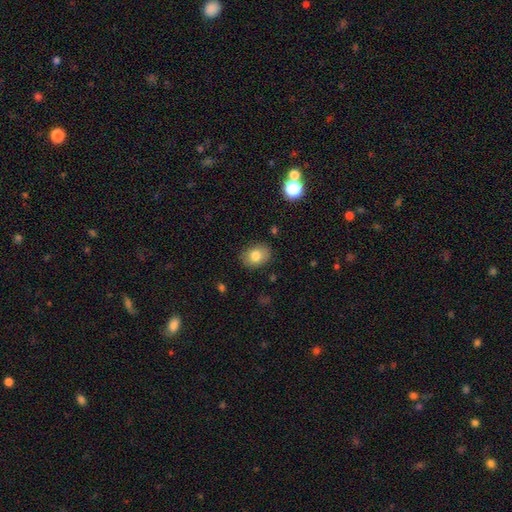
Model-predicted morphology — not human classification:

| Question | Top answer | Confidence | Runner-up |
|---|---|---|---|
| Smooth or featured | smooth | 80% | featured or disk (11%) |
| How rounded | in between | 63% | round (36%) |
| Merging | none | 85% | minor disturbance (11%) |